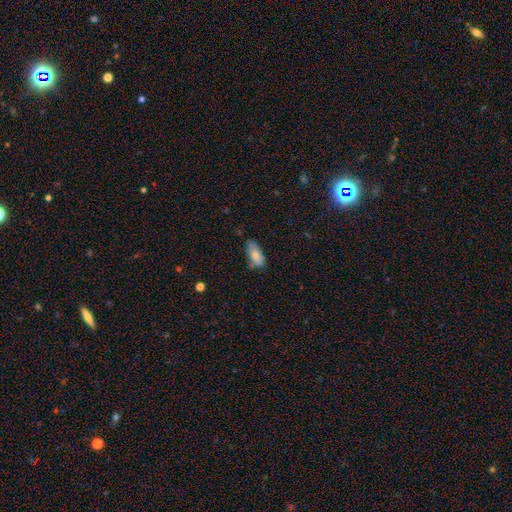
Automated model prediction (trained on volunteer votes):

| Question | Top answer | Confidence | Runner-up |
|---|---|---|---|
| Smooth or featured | smooth | 80% | featured or disk (13%) |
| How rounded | in between | 89% | cigar-shaped (8%) |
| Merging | none | 63% | minor disturbance (28%) |